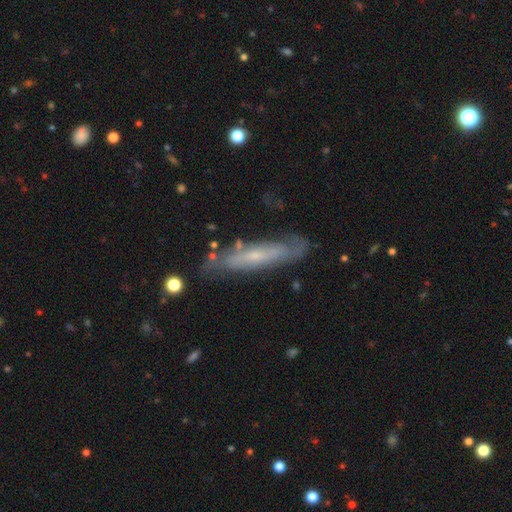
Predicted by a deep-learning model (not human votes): This is likely a featured or disk galaxy (63%). It is possibly viewed edge-on (53%). Merging: likely none (73%).